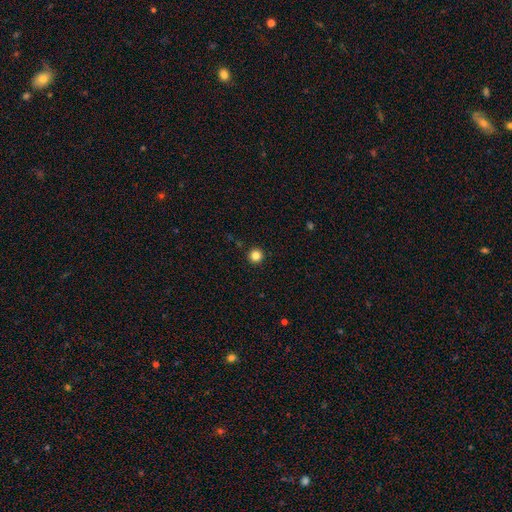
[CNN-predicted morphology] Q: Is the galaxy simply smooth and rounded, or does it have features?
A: smooth — 83%.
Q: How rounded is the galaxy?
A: round — 96%.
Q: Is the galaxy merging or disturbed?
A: none — 93%.